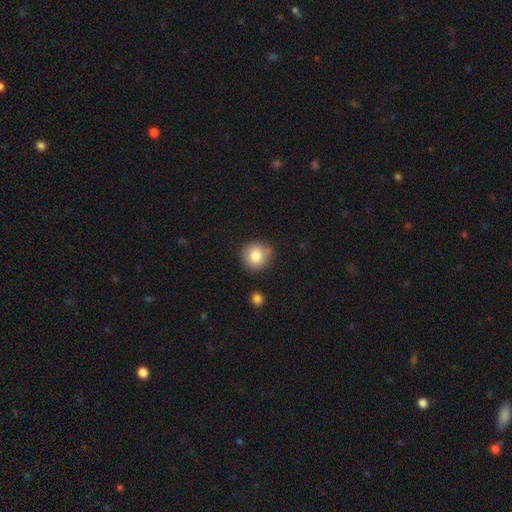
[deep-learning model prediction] Smooth or featured? Predicted: smooth (p=0.81). How rounded? Predicted: round (p=0.92). Merging? Predicted: none (p=0.83).